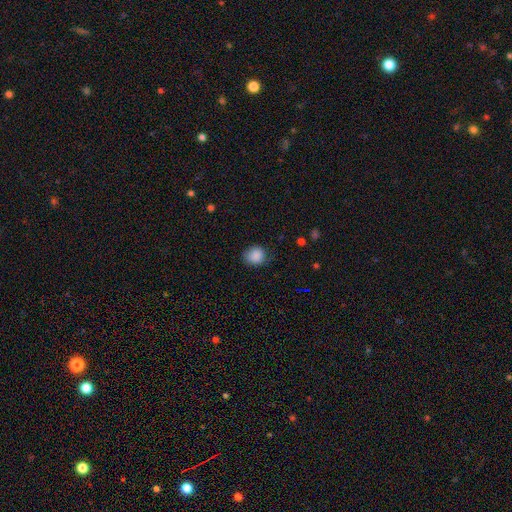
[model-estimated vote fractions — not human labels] Smooth or featured: smooth — 87% (star or artifact — 9%)
How rounded: round — 75% (in between — 24%)
Merging: none — 73% (minor disturbance — 22%)